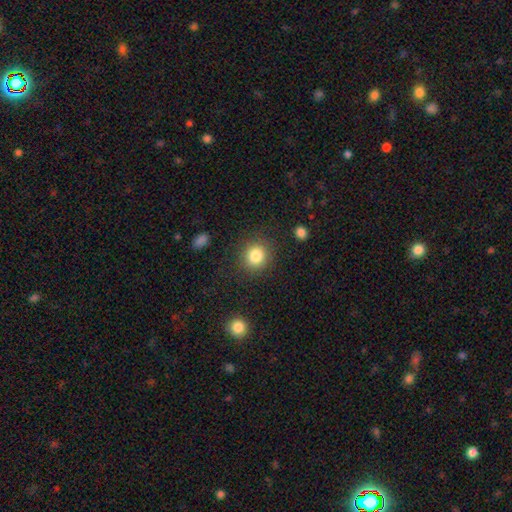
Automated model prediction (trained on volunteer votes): Smooth or featured? smooth (83%)
How rounded? round (86%)
Merging? none (87%)